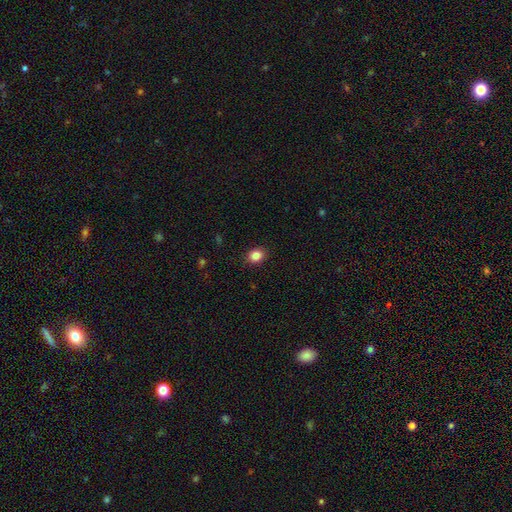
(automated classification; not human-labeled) smooth_or_featured: smooth (p=0.86) [alt: star or artifact p=0.10]
how_rounded: round (p=0.52) [alt: in between p=0.48]
merging: none (p=0.88) [alt: minor disturbance p=0.08]